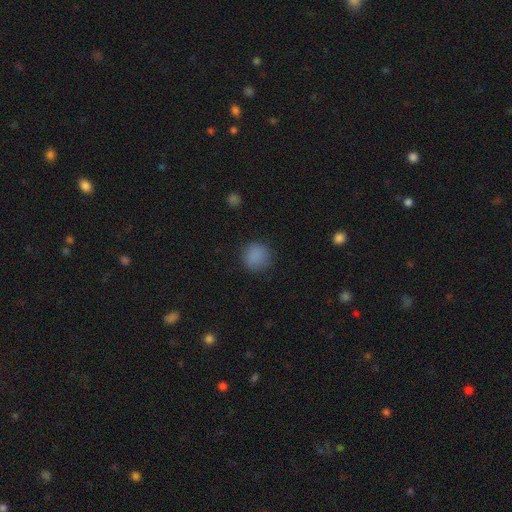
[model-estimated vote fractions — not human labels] Overall: smooth (85%). How rounded: round (92%). Merging: none (85%).